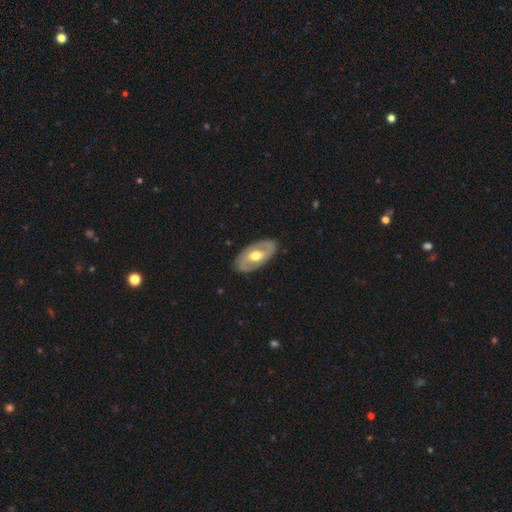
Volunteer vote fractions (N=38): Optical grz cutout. It shows a featured or disk galaxy (79%) with no bar (60%), 2 (94%) medium (61%) spiral arms (72%) and a moderate central bulge (60%). Merging: none (86%).